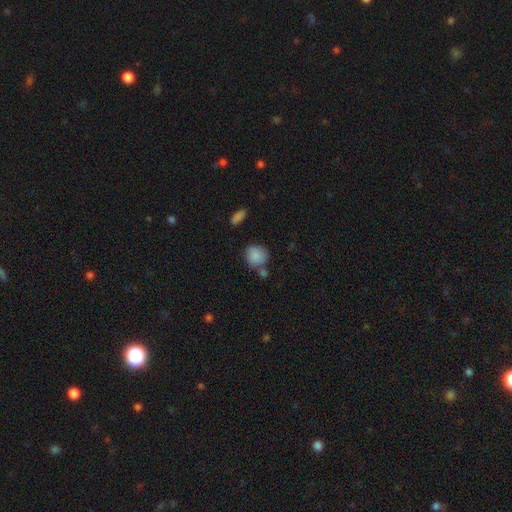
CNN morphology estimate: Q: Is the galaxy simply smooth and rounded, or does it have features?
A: smooth — 86%.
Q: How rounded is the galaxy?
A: round — 81%.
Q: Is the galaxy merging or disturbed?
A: none — 63%.